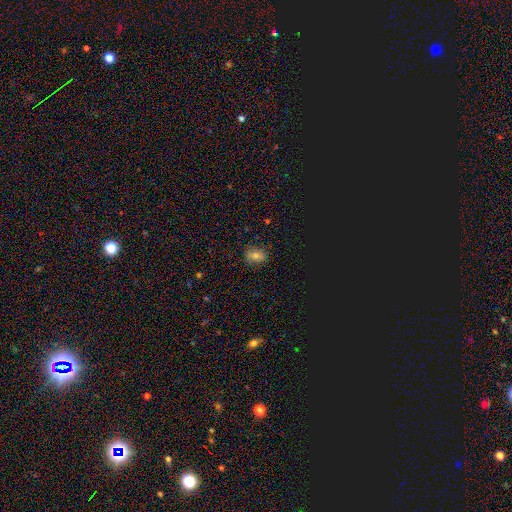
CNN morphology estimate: Smooth or featured? smooth (64%)
How rounded? in between (56%)
Merging? none (84%)